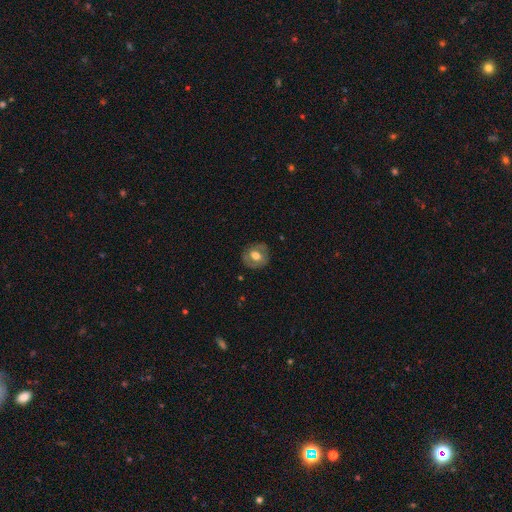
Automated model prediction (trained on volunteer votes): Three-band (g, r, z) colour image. It shows a smooth galaxy with no disk features (50%). Merging: none (81%).